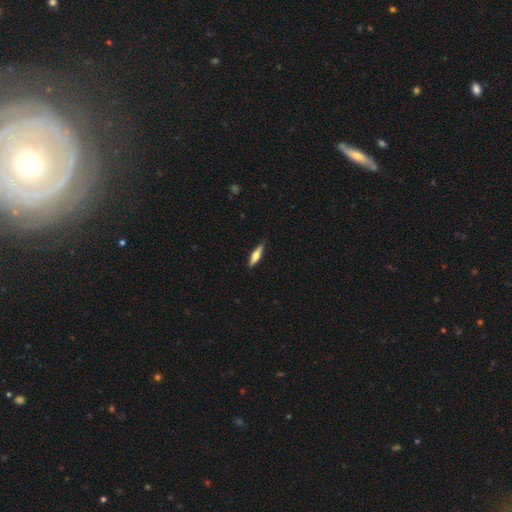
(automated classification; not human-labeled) A smooth galaxy with no disk features (56%) that is cigar-shaped (70%). Merging: none (85%).